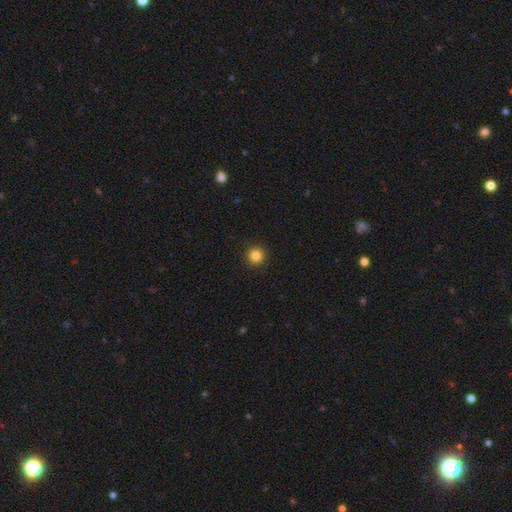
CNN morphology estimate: type=smooth (84%); roundness=round (96%); merging=none (93%).